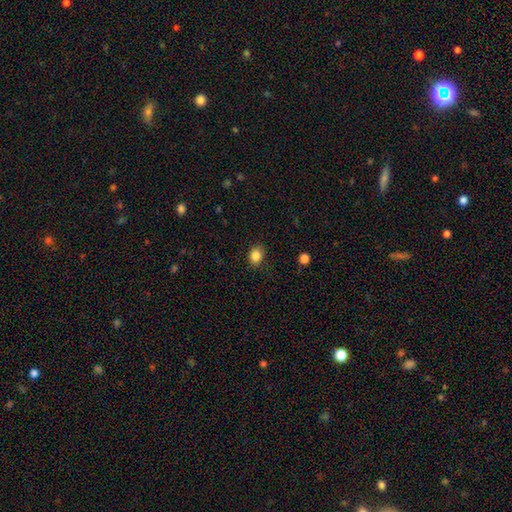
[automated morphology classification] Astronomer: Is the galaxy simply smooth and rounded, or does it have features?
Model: smooth — 84%.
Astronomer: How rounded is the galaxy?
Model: round — 51% (runner-up: in between, 49%).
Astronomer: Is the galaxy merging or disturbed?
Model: none — 85%.